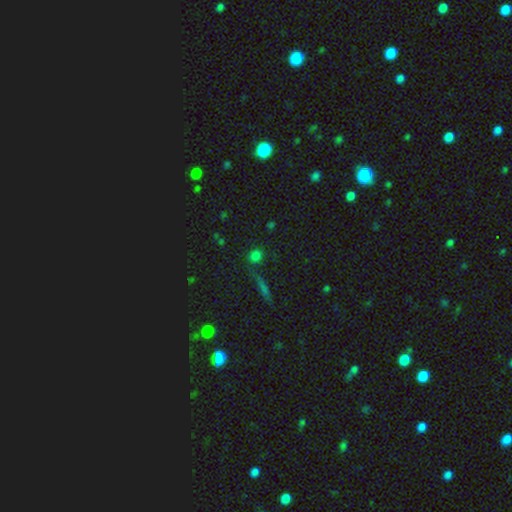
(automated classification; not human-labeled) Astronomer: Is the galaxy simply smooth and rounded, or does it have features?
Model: smooth — 66%.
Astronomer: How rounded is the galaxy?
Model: round — 79%.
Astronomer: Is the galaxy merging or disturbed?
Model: none — 79%.